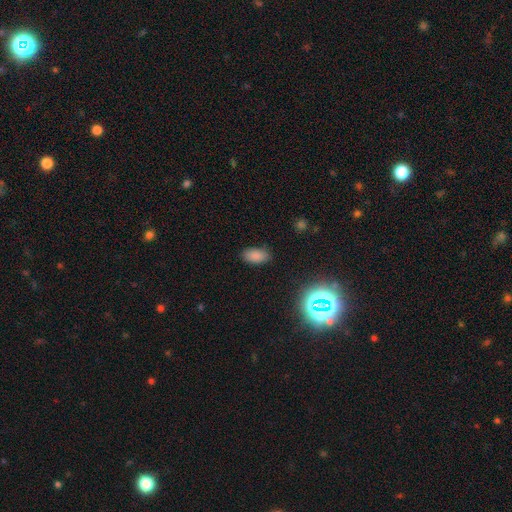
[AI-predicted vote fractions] Morphology: type=smooth (83%); roundness=in between (93%); merging=none (85%).